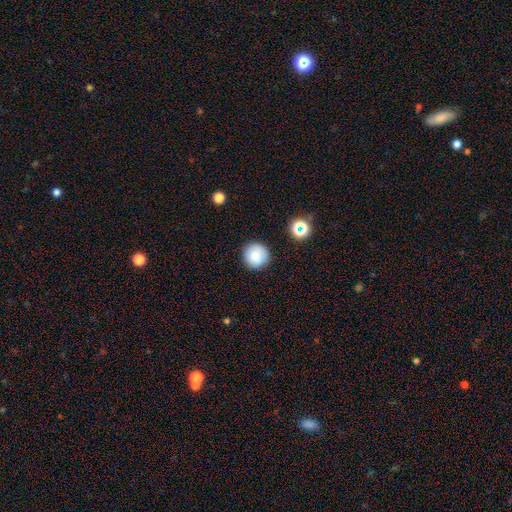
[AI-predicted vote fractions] Smooth or featured: smooth — 82% (star or artifact — 10%)
How rounded: round — 95% (in between — 4%)
Merging: none — 89% (minor disturbance — 7%)